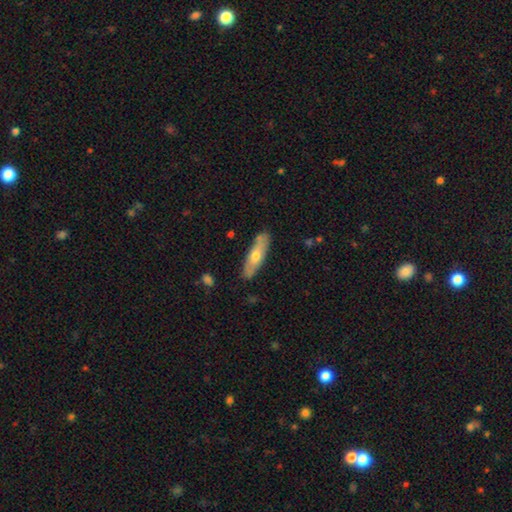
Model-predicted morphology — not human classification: smooth 53%, featured or disk 41%, star or artifact 6%. Down the decision tree: how rounded — cigar-shaped (60%); merging — none (85%).